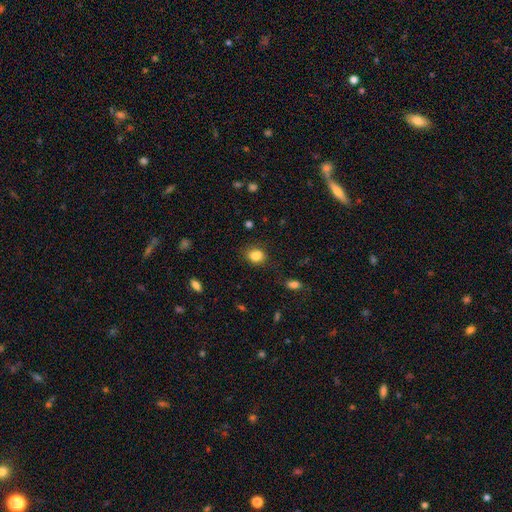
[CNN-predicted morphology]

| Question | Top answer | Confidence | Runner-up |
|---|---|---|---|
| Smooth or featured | smooth | 83% | star or artifact (10%) |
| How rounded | in between | 54% | round (45%) |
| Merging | none | 74% | minor disturbance (18%) |